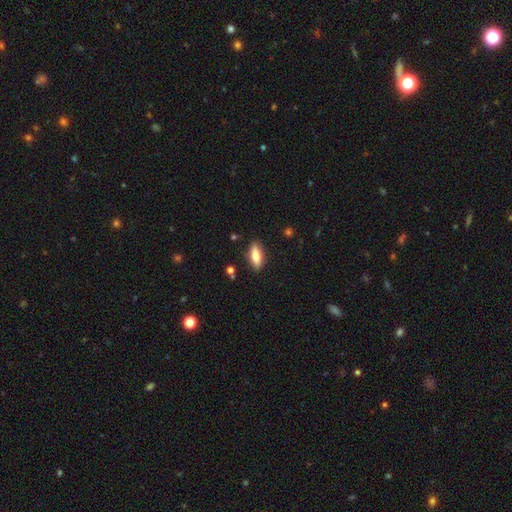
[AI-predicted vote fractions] smooth_or_featured: smooth (p=0.69) [alt: featured or disk p=0.24]
how_rounded: in between (p=0.62) [alt: cigar-shaped p=0.35]
merging: none (p=0.87) [alt: minor disturbance p=0.10]